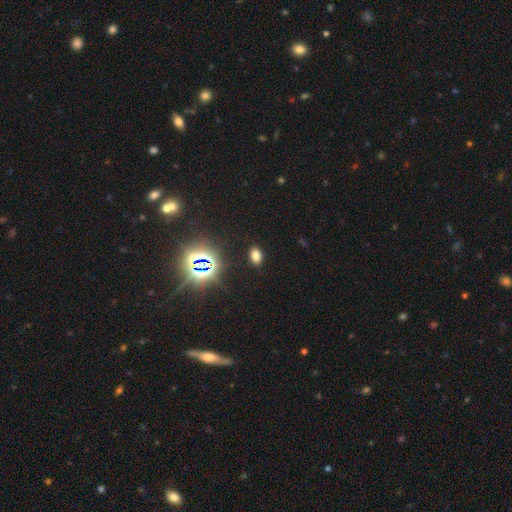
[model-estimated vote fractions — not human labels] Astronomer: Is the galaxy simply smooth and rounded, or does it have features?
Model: smooth — 69%.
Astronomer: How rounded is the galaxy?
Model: in between — 85%.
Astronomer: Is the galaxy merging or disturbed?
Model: none — 89%.